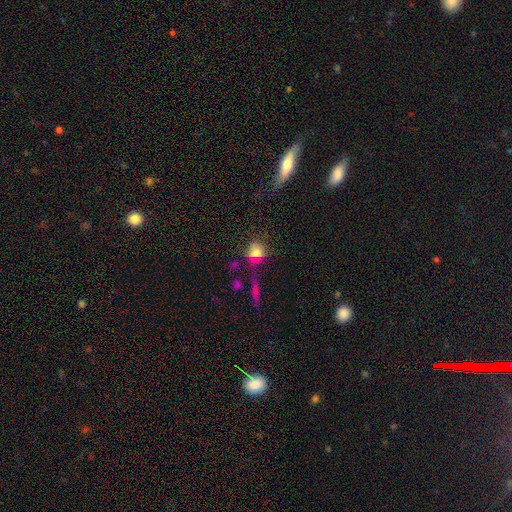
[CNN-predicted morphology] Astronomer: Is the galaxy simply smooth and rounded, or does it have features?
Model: smooth — 64%.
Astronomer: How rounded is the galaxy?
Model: round — 62%.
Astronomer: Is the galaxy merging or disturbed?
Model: none — 60%.